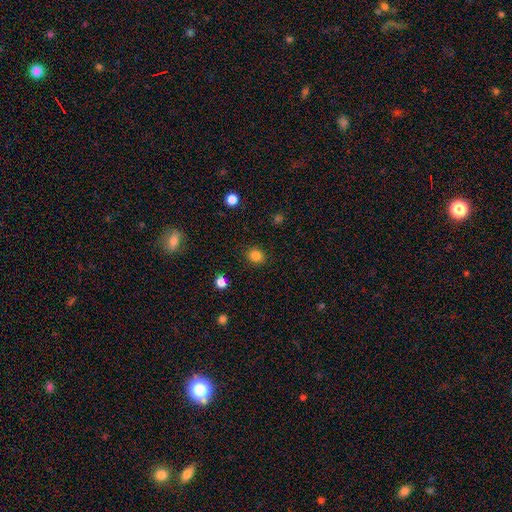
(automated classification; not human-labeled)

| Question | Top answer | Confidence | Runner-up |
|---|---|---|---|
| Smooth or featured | smooth | 83% | star or artifact (13%) |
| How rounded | round | 84% | in between (15%) |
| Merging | none | 90% | minor disturbance (7%) |